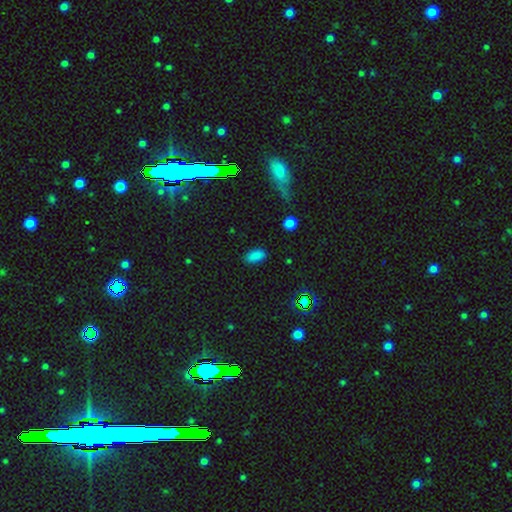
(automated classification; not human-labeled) smooth_or_featured: smooth (p=0.82) [alt: star or artifact p=0.14]
how_rounded: in between (p=0.92) [alt: cigar-shaped p=0.04]
merging: none (p=0.86) [alt: minor disturbance p=0.10]